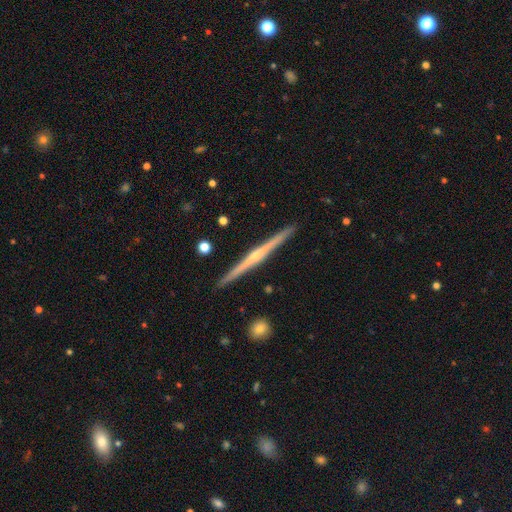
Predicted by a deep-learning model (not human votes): Overall: featured or disk (81%). Edge-on disk: yes (99%). Edge-on bulge: rounded (74%). Merging: none (92%).